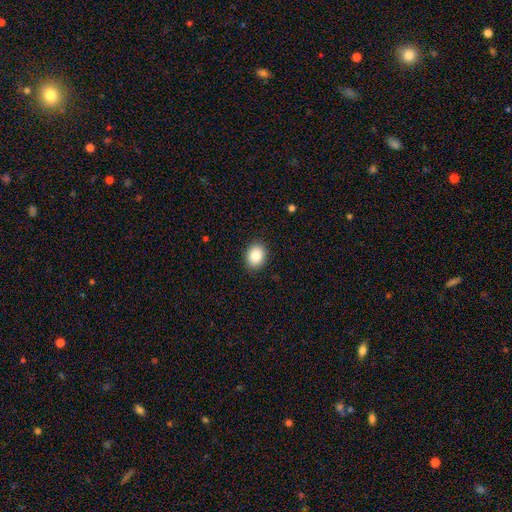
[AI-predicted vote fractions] smooth 88%, star or artifact 8%, featured or disk 4%. Down the decision tree: how rounded — in between (52%); merging — none (89%).